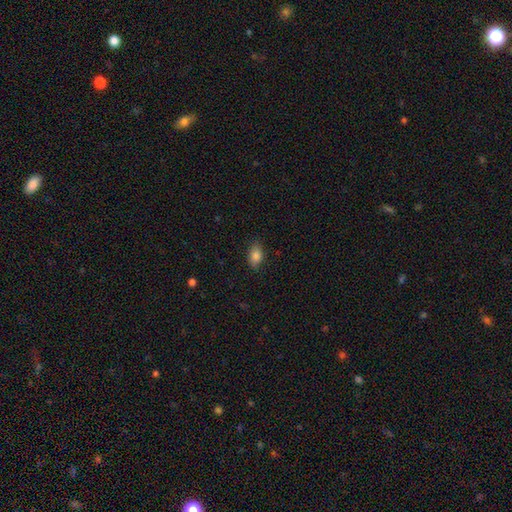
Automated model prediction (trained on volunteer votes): A smooth galaxy with no disk features (85%) that is in between round and cigar-shaped (84%).

Vote fractions:
- Smooth or featured? smooth: 85% / star or artifact: 9% / featured or disk: 7%
- How rounded? in between: 84% / round: 14% / cigar-shaped: 2%
- Merging? none: 82% / minor disturbance: 14% / major disturbance: 3% / merger: 1%